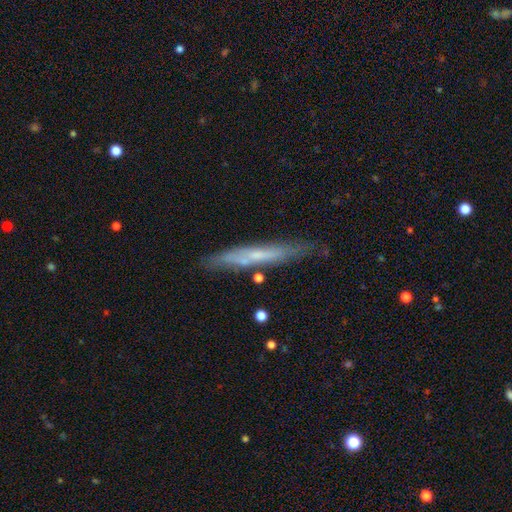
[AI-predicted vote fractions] A featured or disk galaxy (50%) viewed edge-on (85%). Merging: none (78%).